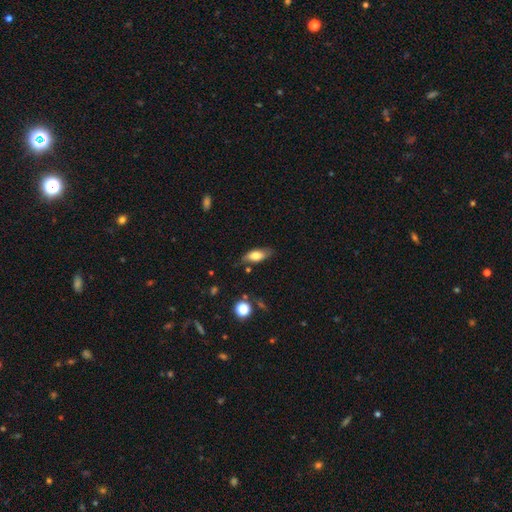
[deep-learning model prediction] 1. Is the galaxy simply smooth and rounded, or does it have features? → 73% smooth, 20% featured or disk, 7% star or artifact.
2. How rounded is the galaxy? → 79% in between, 17% cigar-shaped, 3% round.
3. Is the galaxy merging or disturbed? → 73% none, 20% minor disturbance, 4% major disturbance, 2% merger.